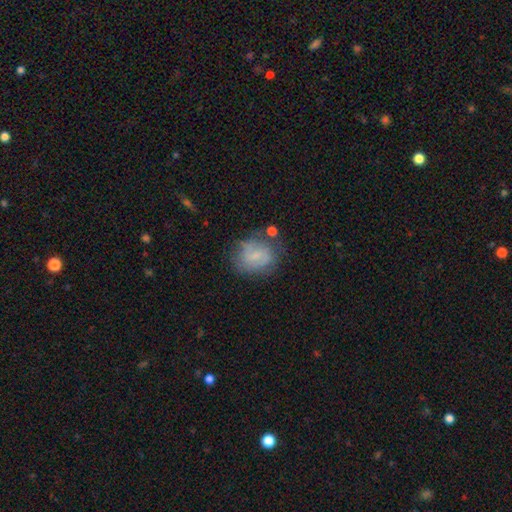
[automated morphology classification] type=smooth (47%); merging=none (61%).